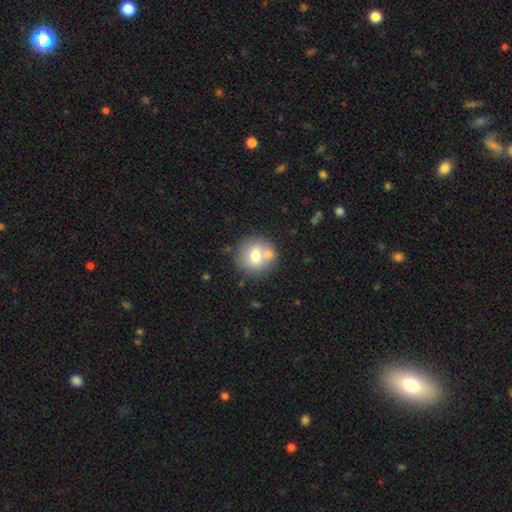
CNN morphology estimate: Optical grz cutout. It shows a smooth galaxy with no disk features (68%) that is round (88%). Merging: none (61%).